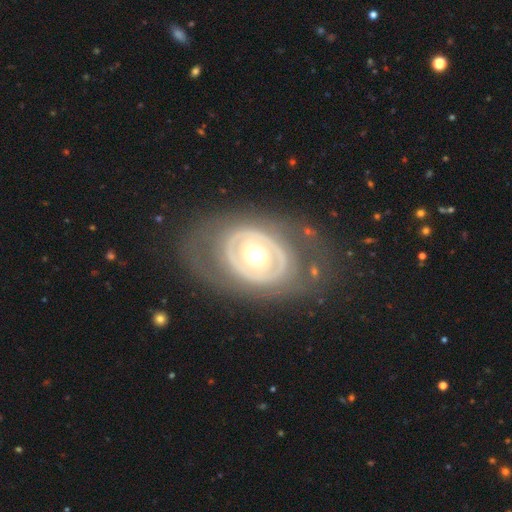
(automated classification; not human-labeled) A featured or disk galaxy (74%) with no bar (81%), no spiral arms (69%) and a moderate central bulge (69%). Merging: none (71%).